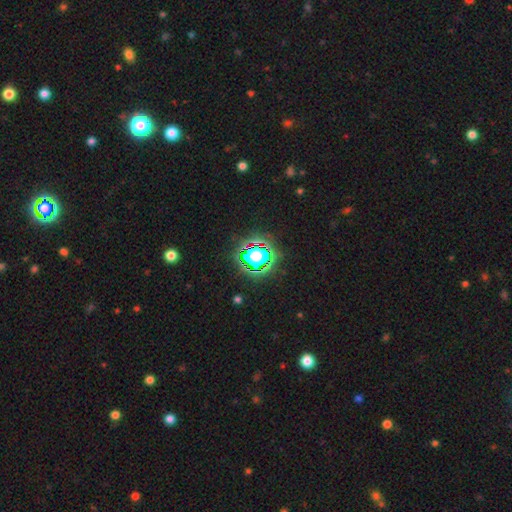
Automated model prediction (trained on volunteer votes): Overall: star or artifact (63%; smooth 24%).